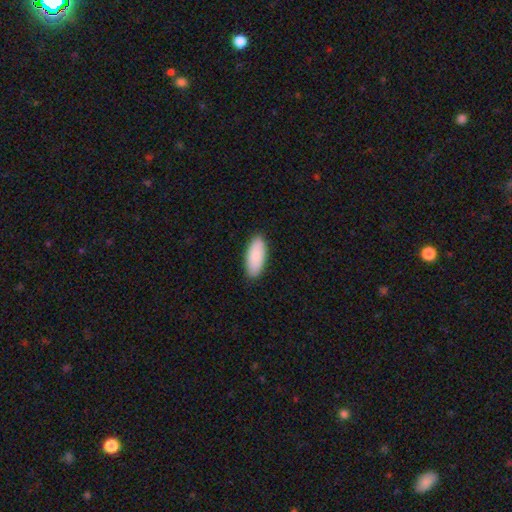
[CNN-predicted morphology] Q: Smooth or featured?
A: smooth (89%); runner-up: featured or disk (6%)
Q: How rounded?
A: in between (86%); runner-up: cigar-shaped (13%)
Q: Merging?
A: none (89%); runner-up: minor disturbance (9%)